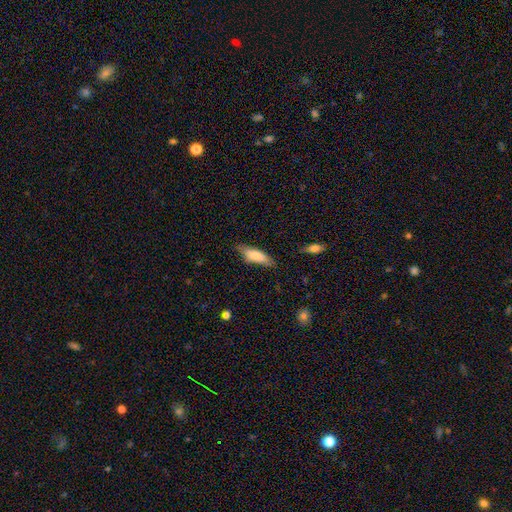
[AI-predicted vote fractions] Smooth or featured? smooth (76%)
How rounded? in between (51%)
Merging? none (72%)